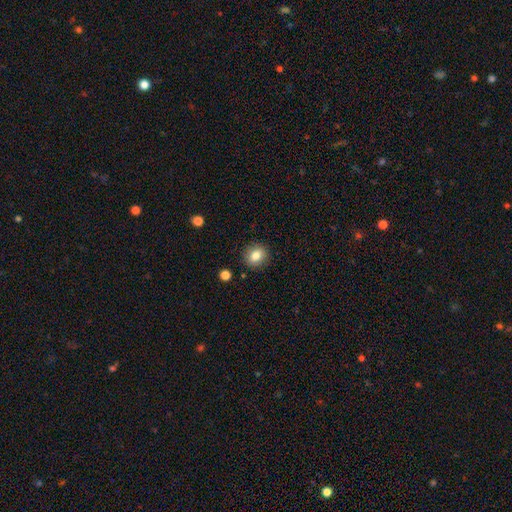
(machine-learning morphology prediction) Smooth or featured?
  - smooth: 82% *
  - star or artifact: 10%
  - featured or disk: 8%
How rounded?
  - round: 76% *
  - in between: 24%
  - cigar-shaped: 1%
Merging?
  - none: 90% *
  - minor disturbance: 7%
  - major disturbance: 2%
  - merger: 1%